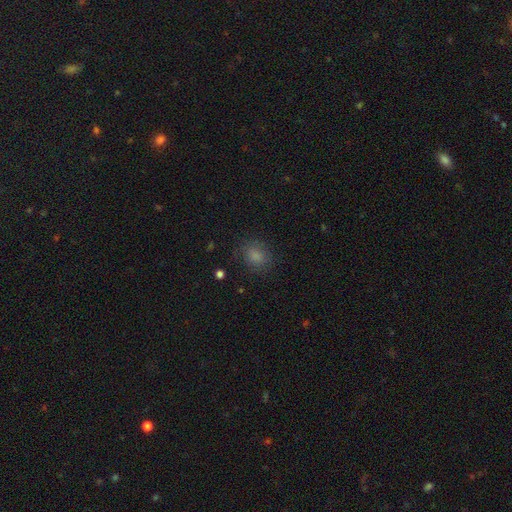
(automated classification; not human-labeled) Smooth or featured: smooth — 82% (star or artifact — 11%)
How rounded: round — 63% (in between — 36%)
Merging: none — 79% (minor disturbance — 14%)